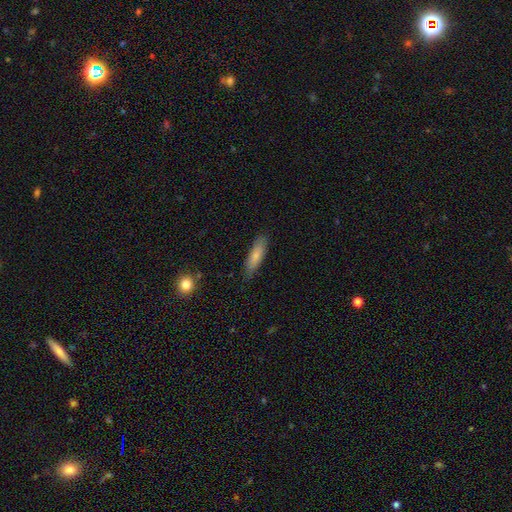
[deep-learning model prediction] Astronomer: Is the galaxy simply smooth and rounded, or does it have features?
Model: smooth — 80%.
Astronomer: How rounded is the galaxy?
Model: cigar-shaped — 64%.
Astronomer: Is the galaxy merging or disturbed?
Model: none — 81%.